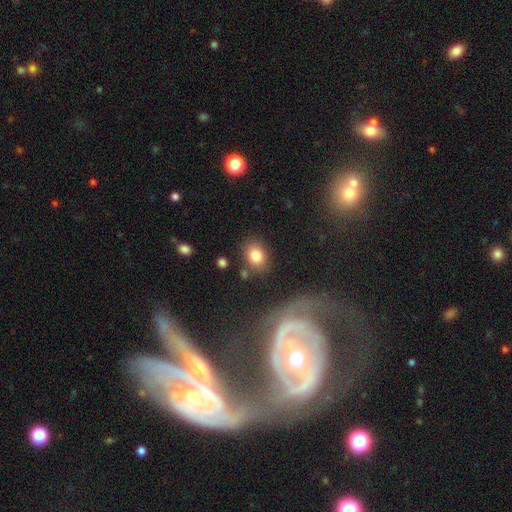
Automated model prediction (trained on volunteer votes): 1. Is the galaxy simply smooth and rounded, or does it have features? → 83% smooth, 9% star or artifact, 7% featured or disk.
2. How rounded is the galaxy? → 64% in between, 35% round, 1% cigar-shaped.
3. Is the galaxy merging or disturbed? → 77% none, 13% minor disturbance, 6% merger, 4% major disturbance.